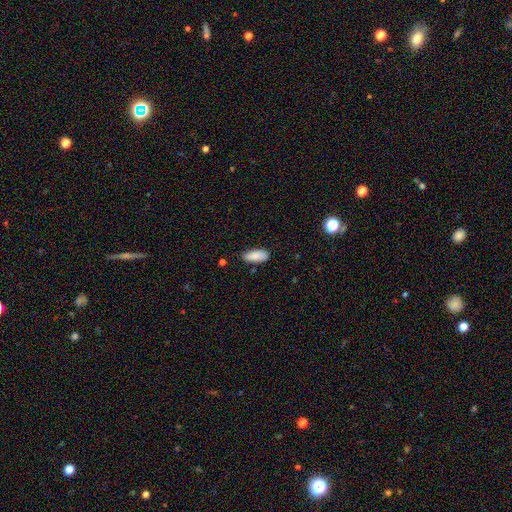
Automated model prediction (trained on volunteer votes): This is clearly a smooth galaxy (87%). How rounded: clearly in between (86%). Merging: likely none (79%).